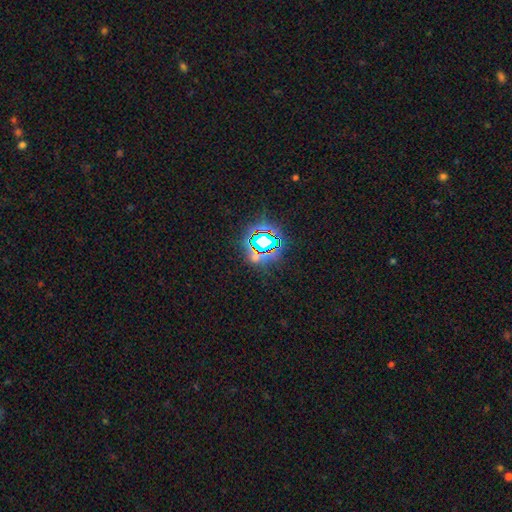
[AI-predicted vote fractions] smooth-or-featured: star or artifact: 71% | smooth: 19% | featured or disk: 10%